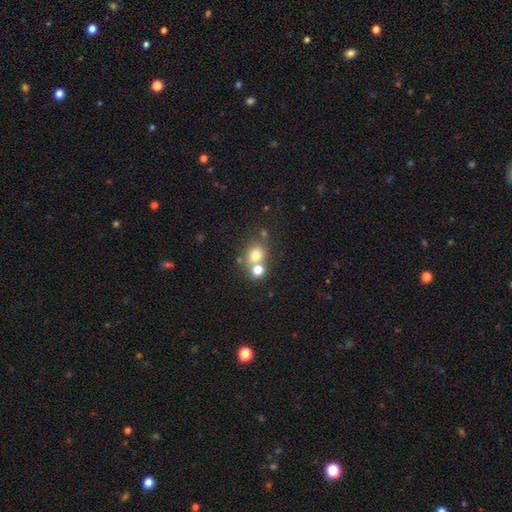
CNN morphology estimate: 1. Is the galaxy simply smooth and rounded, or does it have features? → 73% smooth, 15% star or artifact, 12% featured or disk.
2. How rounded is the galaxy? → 78% round, 21% in between, 1% cigar-shaped.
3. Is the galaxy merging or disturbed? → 49% none, 41% merger, 7% minor disturbance, 3% major disturbance.